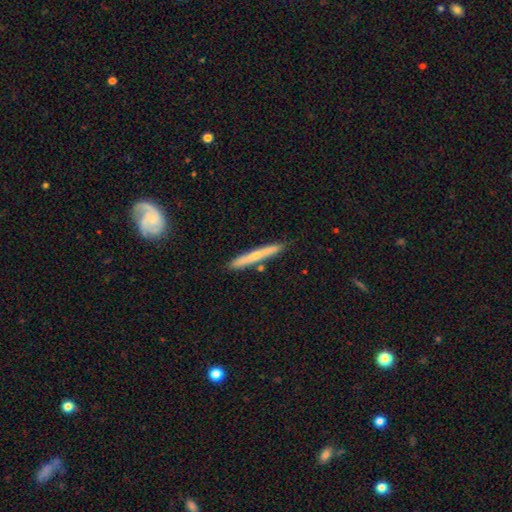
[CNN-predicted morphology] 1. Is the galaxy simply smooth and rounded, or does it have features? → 51% smooth, 43% featured or disk, 6% star or artifact.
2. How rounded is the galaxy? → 95% cigar-shaped, 3% in between, 2% round.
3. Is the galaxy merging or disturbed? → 86% none, 9% minor disturbance, 4% merger, 2% major disturbance.